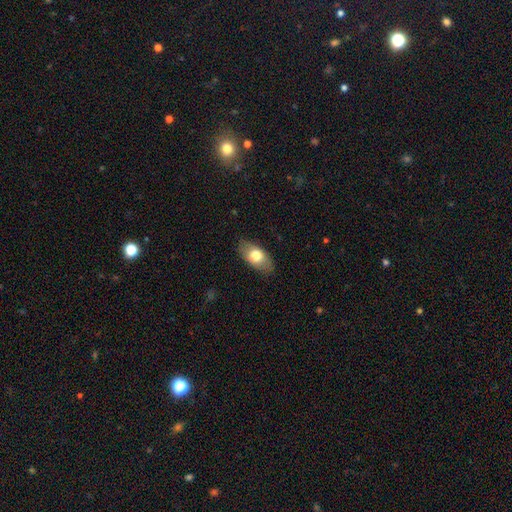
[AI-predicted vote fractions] Q: Smooth or featured?
A: smooth (71%); runner-up: featured or disk (22%)
Q: How rounded?
A: in between (91%); runner-up: round (5%)
Q: Merging?
A: none (83%); runner-up: minor disturbance (13%)